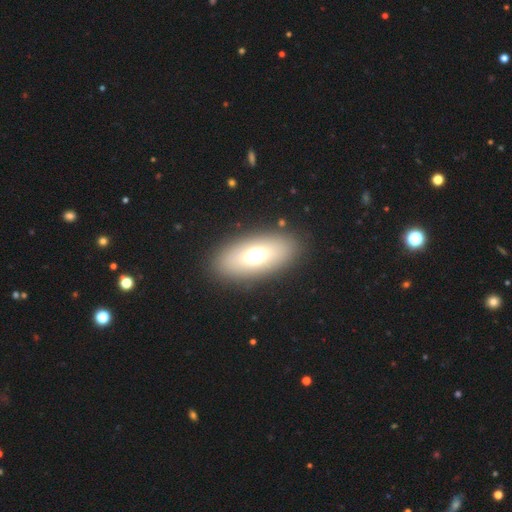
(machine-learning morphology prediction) This appears to be a smooth galaxy with no disk features (64%) that is in between round and cigar-shaped (83%). Merging: none (87%).